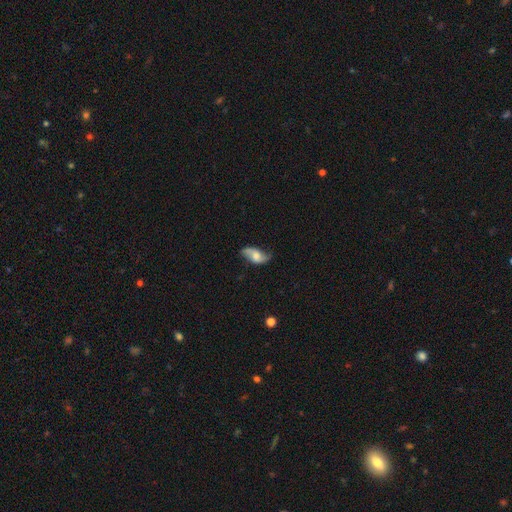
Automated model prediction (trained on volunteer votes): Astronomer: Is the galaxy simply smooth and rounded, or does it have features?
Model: featured or disk — 63%.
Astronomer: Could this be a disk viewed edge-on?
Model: no — 93%.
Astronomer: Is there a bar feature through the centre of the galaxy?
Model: no — 60%.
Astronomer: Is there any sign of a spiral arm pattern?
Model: yes — 90%.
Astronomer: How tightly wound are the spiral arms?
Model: loose — 70%.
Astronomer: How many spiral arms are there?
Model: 2 — 89%.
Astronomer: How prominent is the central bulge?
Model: moderate — 45% (runner-up: small, 23%).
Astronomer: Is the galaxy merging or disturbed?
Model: none — 67%.